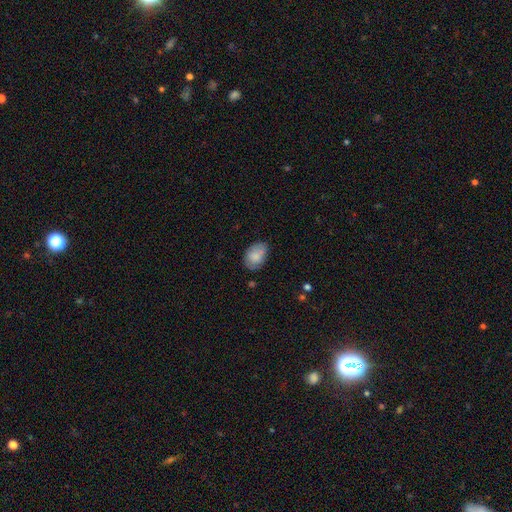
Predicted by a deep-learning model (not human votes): A smooth galaxy with no disk features (79%) that is in between round and cigar-shaped (84%).

Vote fractions:
- Smooth or featured? smooth: 79% / featured or disk: 14% / star or artifact: 7%
- How rounded? in between: 84% / round: 15% / cigar-shaped: 1%
- Merging? none: 68% / minor disturbance: 24% / major disturbance: 5% / merger: 2%